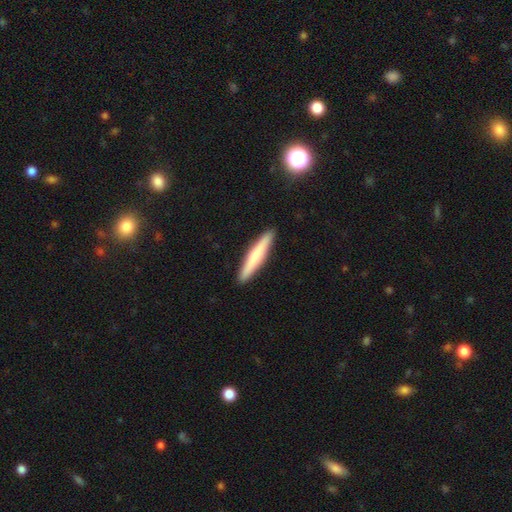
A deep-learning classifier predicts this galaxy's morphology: The model was most divided on "smooth or featured": smooth: 65%, featured or disk: 29%, star or artifact: 6%. More confident: how rounded — cigar-shaped (93%); merging — none (92%).